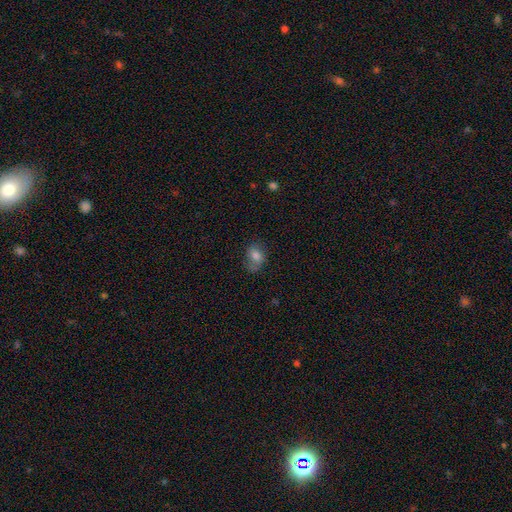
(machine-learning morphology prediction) smooth-or-featured: smooth: 76% | featured or disk: 13% | star or artifact: 11%
  how-rounded: in between: 65% | round: 33% | cigar-shaped: 1%
  merging: none: 54% | minor disturbance: 29% | major disturbance: 13% | merger: 4%